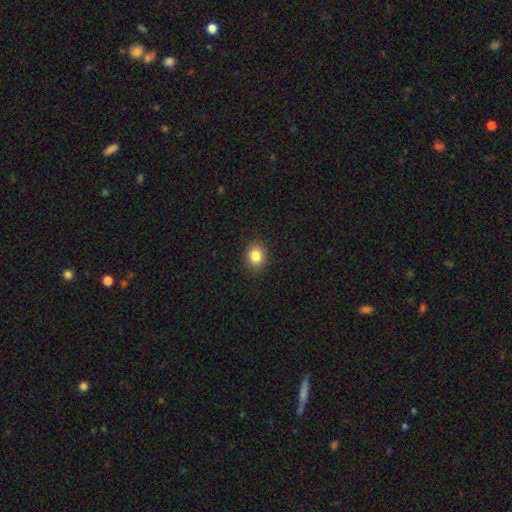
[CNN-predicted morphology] A smooth galaxy with no disk features (84%) that is round (55%).

Vote fractions:
- Smooth or featured? smooth: 84% / star or artifact: 10% / featured or disk: 6%
- How rounded? round: 55% / in between: 44% / cigar-shaped: 1%
- Merging? none: 90% / minor disturbance: 7% / major disturbance: 2% / merger: 1%